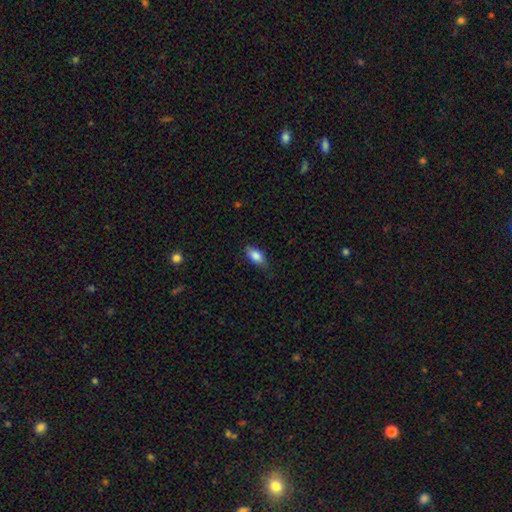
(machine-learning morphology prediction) Q: Smooth or featured?
A: smooth (85%); runner-up: featured or disk (8%)
Q: How rounded?
A: in between (88%); runner-up: cigar-shaped (7%)
Q: Merging?
A: none (78%); runner-up: minor disturbance (17%)